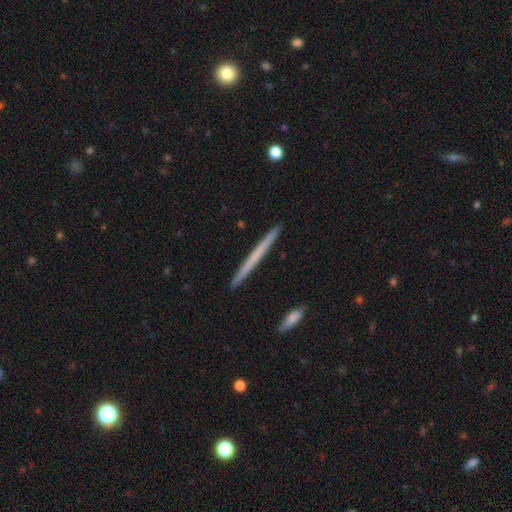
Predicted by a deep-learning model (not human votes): Overall: smooth (51%; featured or disk 43%). How rounded: cigar-shaped (97%). Merging: none (93%).